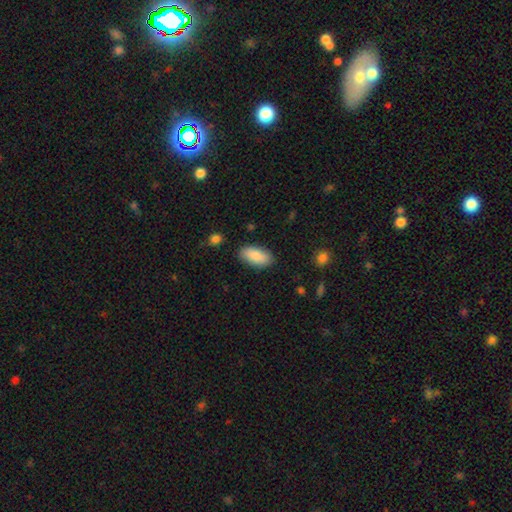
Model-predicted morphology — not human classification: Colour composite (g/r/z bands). It shows a smooth galaxy with no disk features (86%) that is in between round and cigar-shaped (91%). Merging: none (85%).